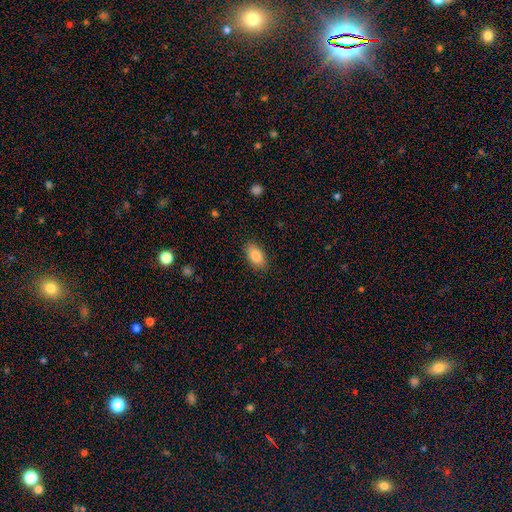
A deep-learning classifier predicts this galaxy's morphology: This is clearly a smooth galaxy (85%). How rounded: clearly in between (92%). Merging: clearly none (86%).